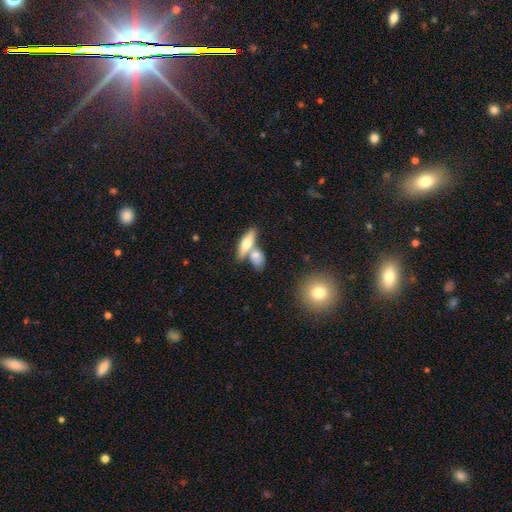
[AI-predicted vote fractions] This appears to be a smooth galaxy with no disk features (66%) that is in between round and cigar-shaped (59%). Merging: none (46%).